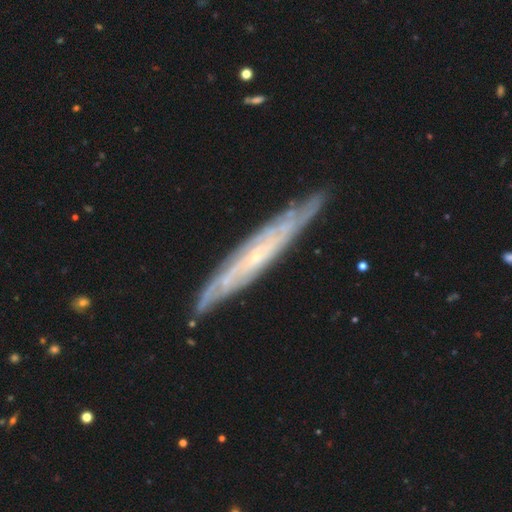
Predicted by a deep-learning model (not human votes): A featured or disk galaxy (81%) viewed edge-on (53%).

Vote fractions:
- Smooth or featured? featured or disk: 81% / smooth: 13% / star or artifact: 6%
- Edge-on disk? yes: 53% / no: 47%
- Merging? none: 83% / minor disturbance: 14% / major disturbance: 2% / merger: 1%